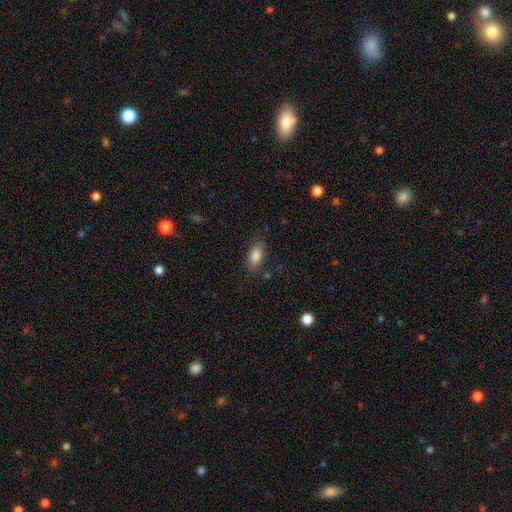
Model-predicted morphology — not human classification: Smooth or featured? Predicted: smooth (p=0.84). How rounded? Predicted: in between (p=0.88). Merging? Predicted: none (p=0.79).